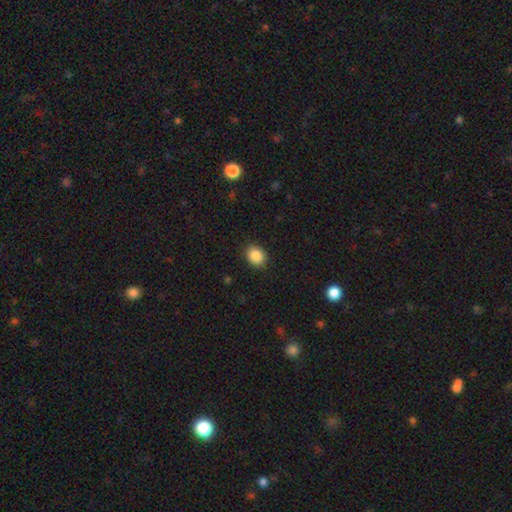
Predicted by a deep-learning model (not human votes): Smooth or featured: smooth — 87% (star or artifact — 9%)
How rounded: round — 56% (in between — 43%)
Merging: none — 89% (minor disturbance — 8%)